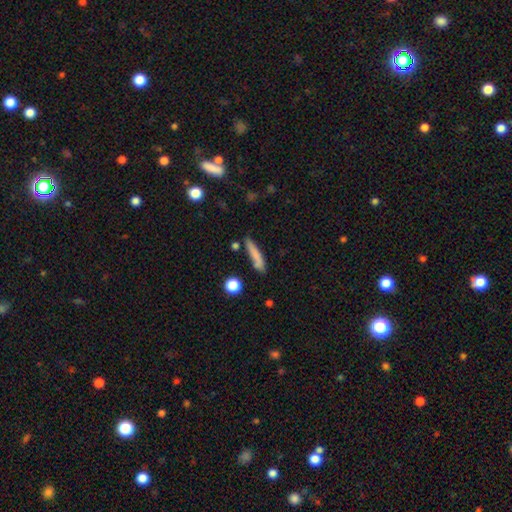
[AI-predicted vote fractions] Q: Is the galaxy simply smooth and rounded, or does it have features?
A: smooth — 76%.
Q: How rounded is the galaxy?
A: cigar-shaped — 87%.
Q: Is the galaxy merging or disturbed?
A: none — 72%.